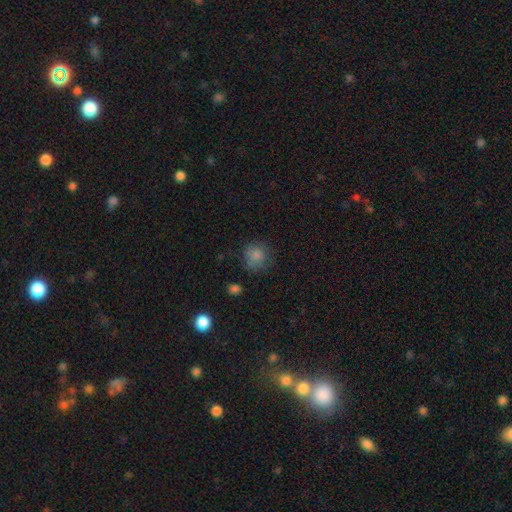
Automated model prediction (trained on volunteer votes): A smooth galaxy with no disk features (82%) that is round (87%). Merging: none (71%).